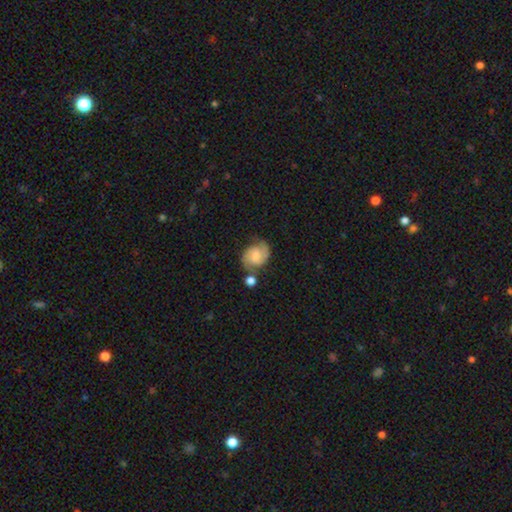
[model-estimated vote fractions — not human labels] Smooth or featured? featured or disk (68%)
Edge-on disk? no (98%)
Bar? no (50%)
Spiral arms? yes (93%)
Spiral winding? medium (50%)
Spiral arm count? 2 (87%)
Bulge size? moderate (49%)
Merging? none (61%)